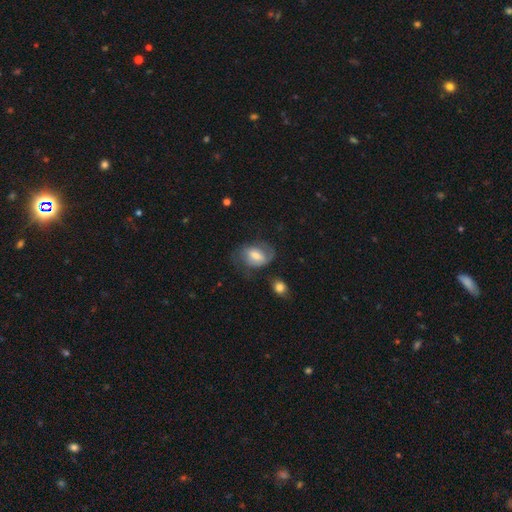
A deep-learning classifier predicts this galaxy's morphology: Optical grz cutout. It shows a smooth galaxy with no disk features (47%). Merging: none (52%).